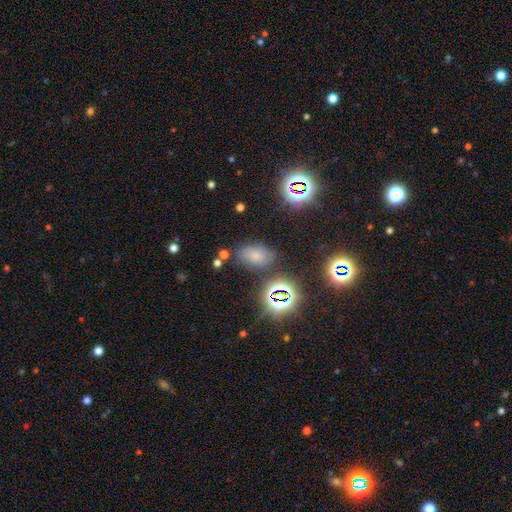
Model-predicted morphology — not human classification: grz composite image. It shows a smooth galaxy with no disk features (59%) that is in between round and cigar-shaped (88%). Merging: none (75%).